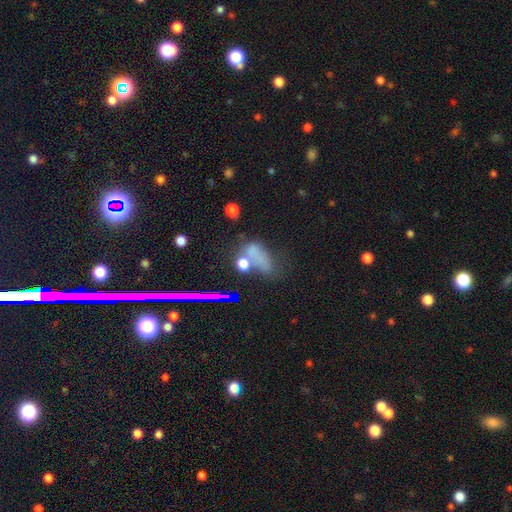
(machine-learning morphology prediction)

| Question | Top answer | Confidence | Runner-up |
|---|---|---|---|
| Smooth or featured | smooth | 53% | star or artifact (27%) |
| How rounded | in between | 69% | round (22%) |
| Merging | none | 34% | major disturbance (24%) |